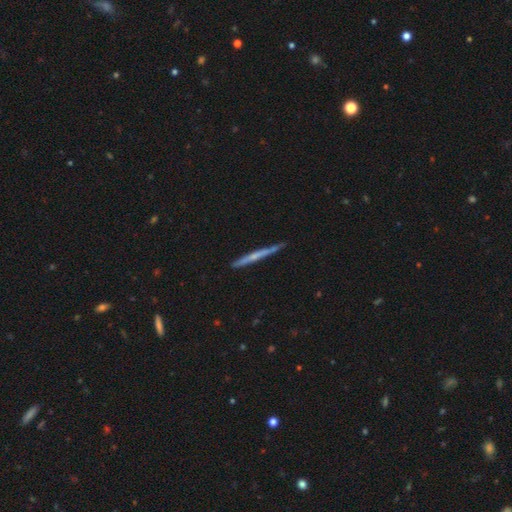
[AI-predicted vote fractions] smooth_or_featured: featured or disk (p=0.54) [alt: smooth p=0.40]
disk_edge_on: yes (p=0.97) [alt: no p=0.03]
edge_on_bulge: none (p=0.69) [alt: rounded p=0.25]
merging: none (p=0.85) [alt: minor disturbance p=0.12]